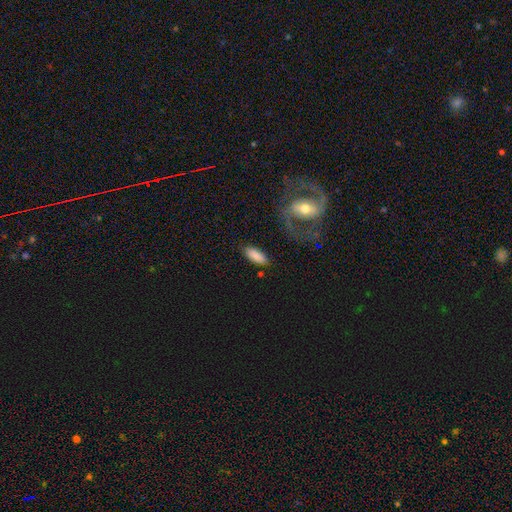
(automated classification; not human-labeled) Smooth or featured?
  - smooth: 83% *
  - featured or disk: 10%
  - star or artifact: 7%
How rounded?
  - in between: 79% *
  - cigar-shaped: 19%
  - round: 2%
Merging?
  - none: 80% *
  - minor disturbance: 13%
  - major disturbance: 4%
  - merger: 3%